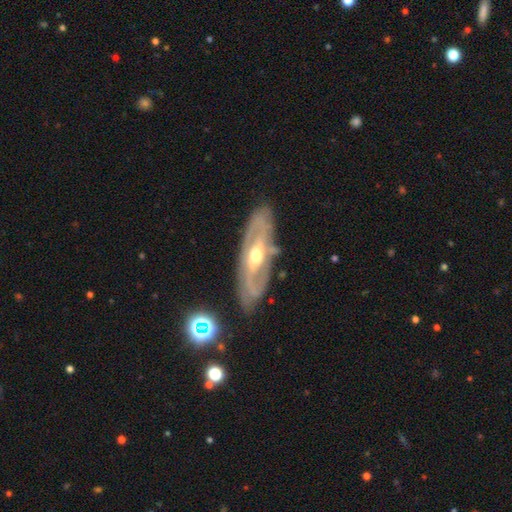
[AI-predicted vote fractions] This is clearly a featured or disk galaxy (82%). It is clearly not viewed edge-on (83%). Bar: marginally no (37%). Spiral arm pattern: clearly yes (82%). Spiral arm count: likely 2 (61%). Spiral winding: possibly tight (48%). Central bulge: likely moderate (67%). Merging: likely none (79%).